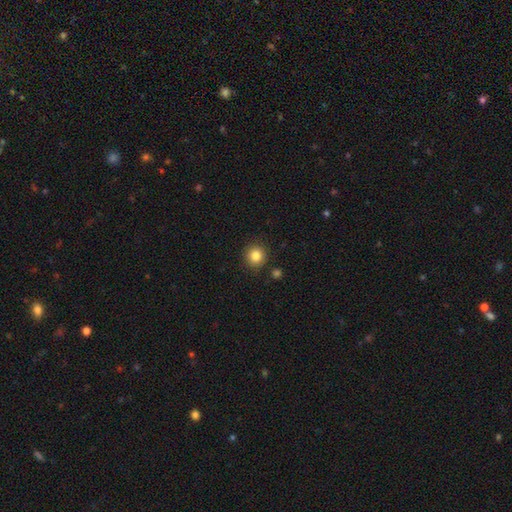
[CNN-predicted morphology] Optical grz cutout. It shows a smooth galaxy with no disk features (84%) that is round (91%). Merging: none (88%).